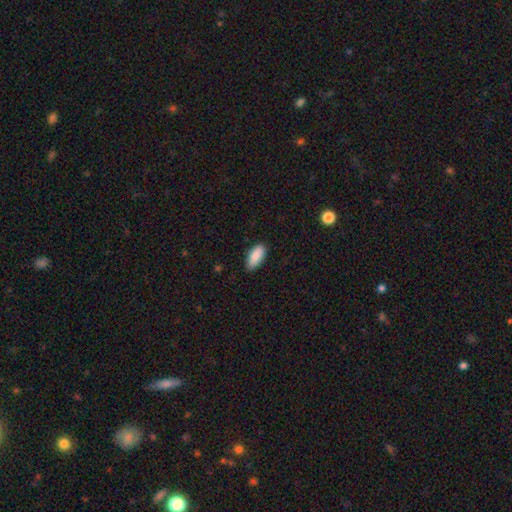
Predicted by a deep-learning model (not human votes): This appears to be a smooth galaxy with no disk features (87%) that is in between round and cigar-shaped (90%). Merging: none (84%).